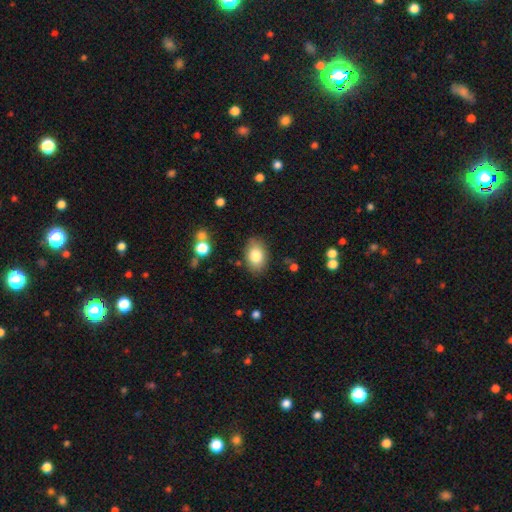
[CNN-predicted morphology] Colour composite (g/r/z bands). It shows a smooth galaxy with no disk features (81%) that is in between round and cigar-shaped (85%). Merging: none (84%).